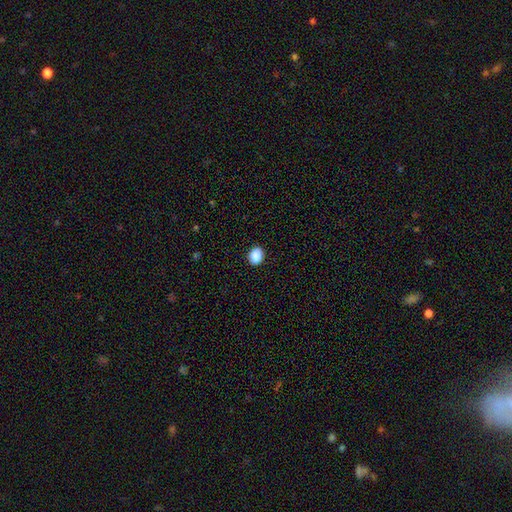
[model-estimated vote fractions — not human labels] Smooth or featured? Predicted: smooth (p=0.89). How rounded? Predicted: in between (p=0.59). Merging? Predicted: none (p=0.90).